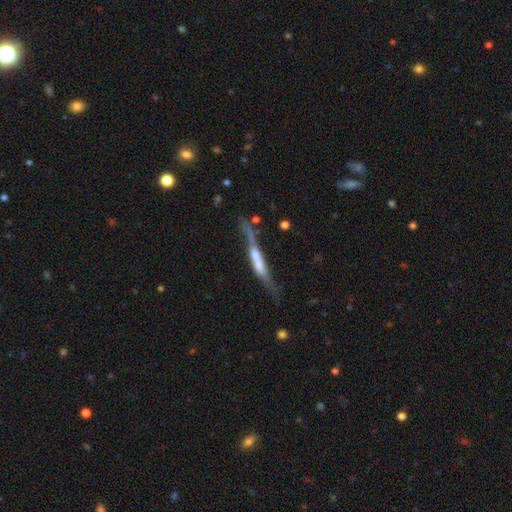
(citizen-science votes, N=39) Smooth or featured? featured or disk (69%)
Edge-on disk? yes (67%)
Edge-on bulge? boxy (56%)
Merging? none (50%)